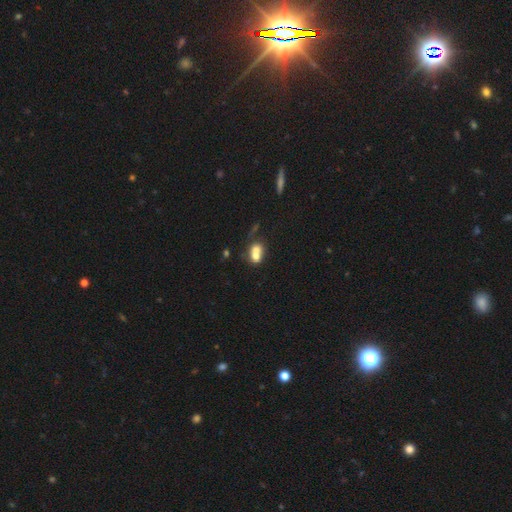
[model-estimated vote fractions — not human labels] Smooth or featured?
  - smooth: 65% *
  - featured or disk: 24%
  - star or artifact: 11%
How rounded?
  - in between: 57% *
  - round: 41%
  - cigar-shaped: 2%
Merging?
  - merger: 66% *
  - none: 20%
  - minor disturbance: 8%
  - major disturbance: 6%